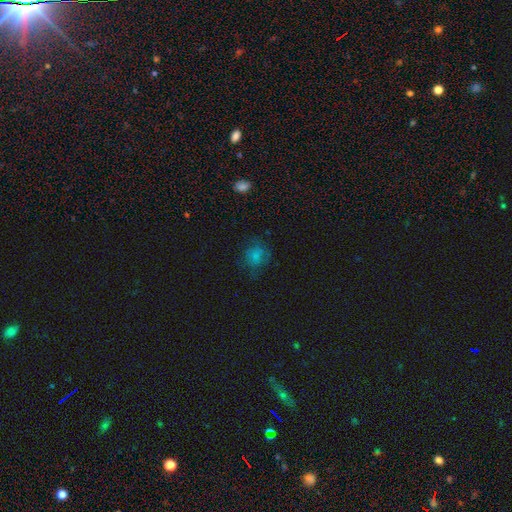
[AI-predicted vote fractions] smooth_or_featured: smooth (p=0.69) [alt: featured or disk p=0.16]
how_rounded: round (p=0.70) [alt: in between p=0.29]
merging: none (p=0.62) [alt: minor disturbance p=0.21]